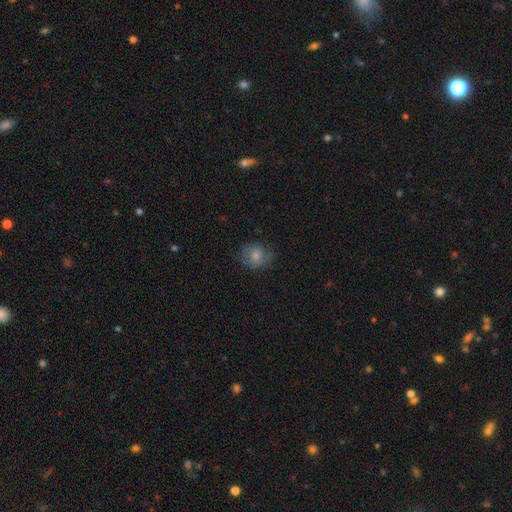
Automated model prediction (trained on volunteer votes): This is likely a smooth galaxy (74%). How rounded: likely round (73%). Merging: likely none (66%).